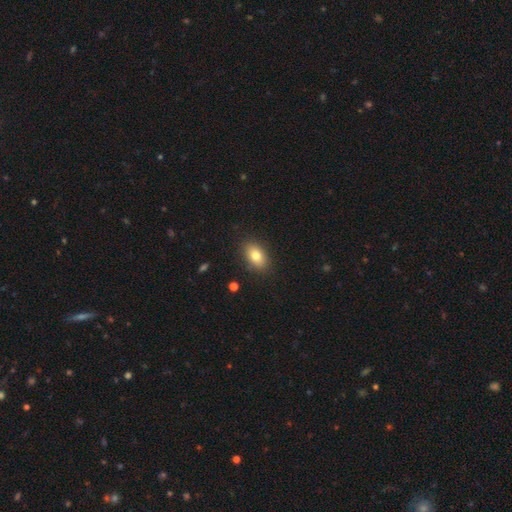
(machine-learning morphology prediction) type=smooth (79%); roundness=in between (86%); merging=none (87%).